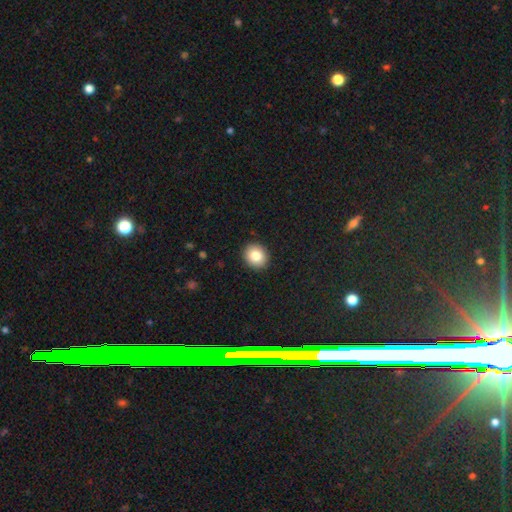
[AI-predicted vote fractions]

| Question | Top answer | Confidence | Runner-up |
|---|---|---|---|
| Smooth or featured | smooth | 82% | star or artifact (9%) |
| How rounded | round | 79% | in between (20%) |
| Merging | none | 92% | minor disturbance (5%) |